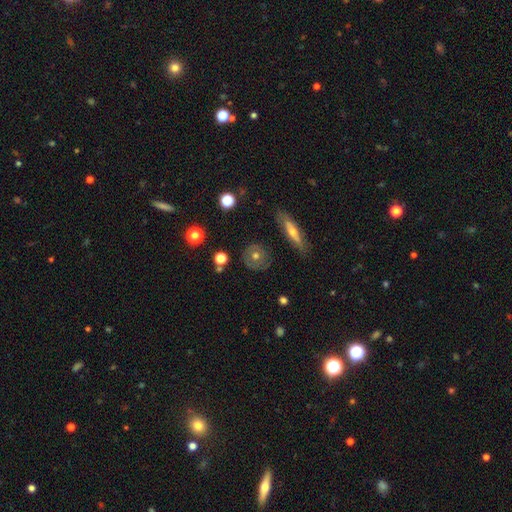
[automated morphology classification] This is possibly a smooth galaxy (49%). Merging: clearly none (82%).